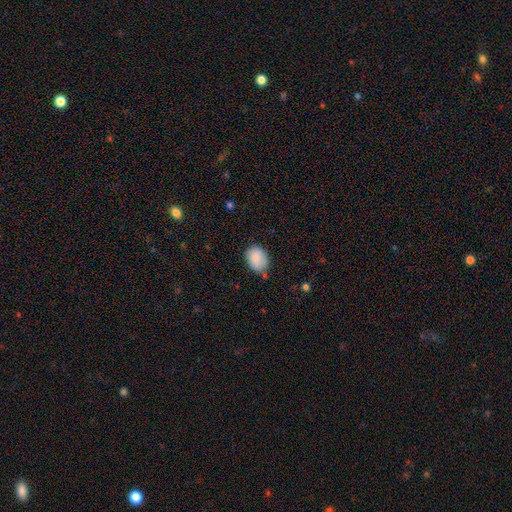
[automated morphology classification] smooth 87%, star or artifact 7%, featured or disk 5%. Down the decision tree: how rounded — in between (66%); merging — none (68%).